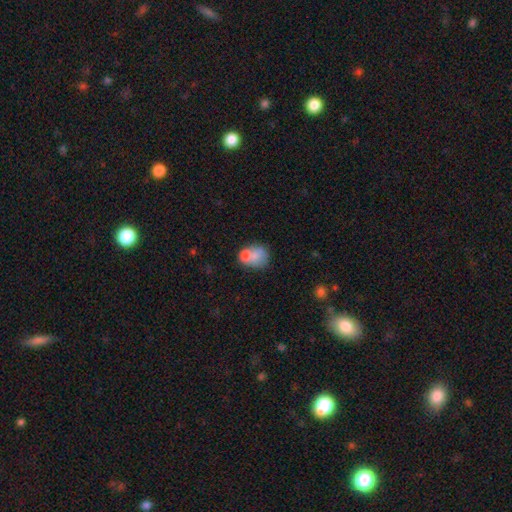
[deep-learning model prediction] The model was most divided on "how rounded": round: 50%, in between: 49%, cigar-shaped: 1%. Remaining: smooth or featured — smooth (70%); merging — merger (43%).